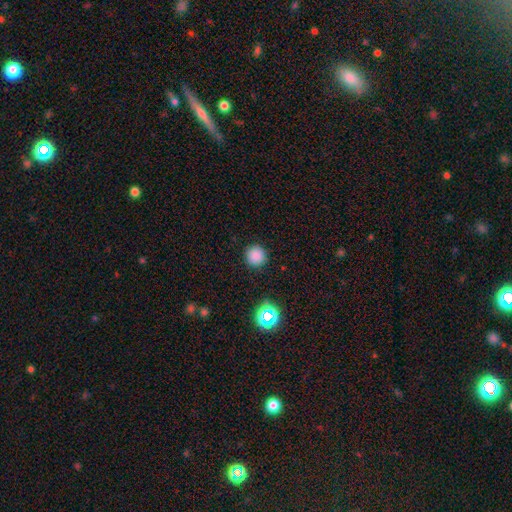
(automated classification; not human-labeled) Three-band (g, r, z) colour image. It shows a smooth galaxy with no disk features (84%) that is round (95%). Merging: none (92%).